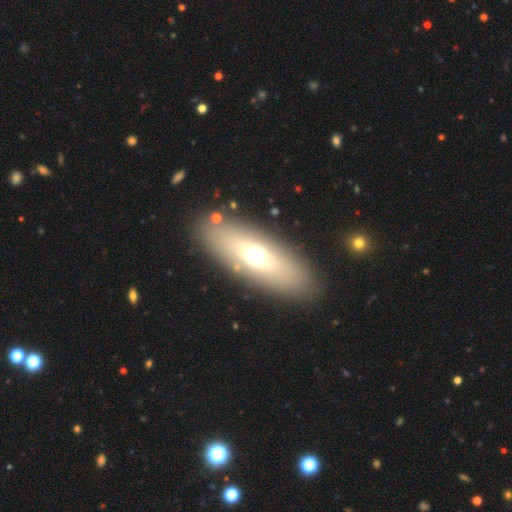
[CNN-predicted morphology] smooth 55%, featured or disk 34%, star or artifact 11%. Down the decision tree: how rounded — in between (70%); merging — none (85%).